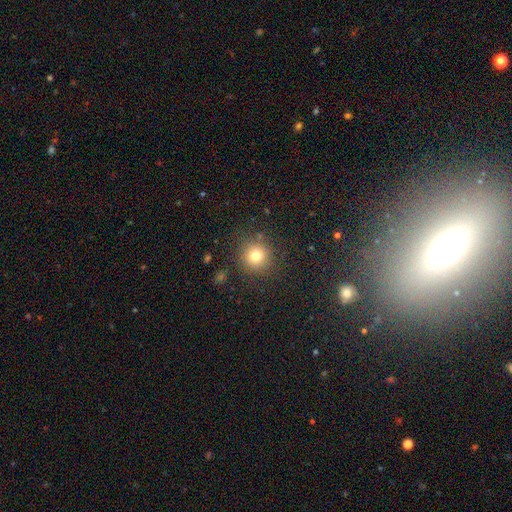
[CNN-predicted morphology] The model was most divided on "smooth or featured": smooth: 76%, star or artifact: 15%, featured or disk: 9%. More confident: how rounded — round (94%); merging — none (87%).